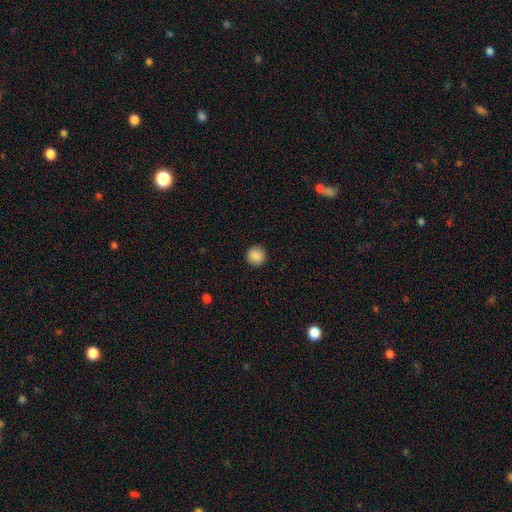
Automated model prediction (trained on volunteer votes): Smooth or featured? smooth (88%)
How rounded? round (94%)
Merging? none (92%)